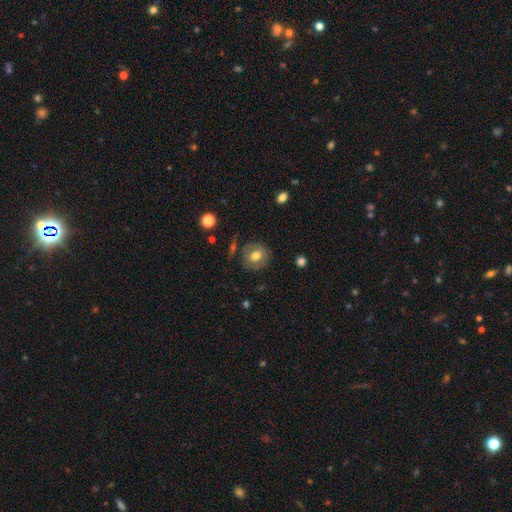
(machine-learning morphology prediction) type=smooth (72%); roundness=round (87%); merging=none (82%).